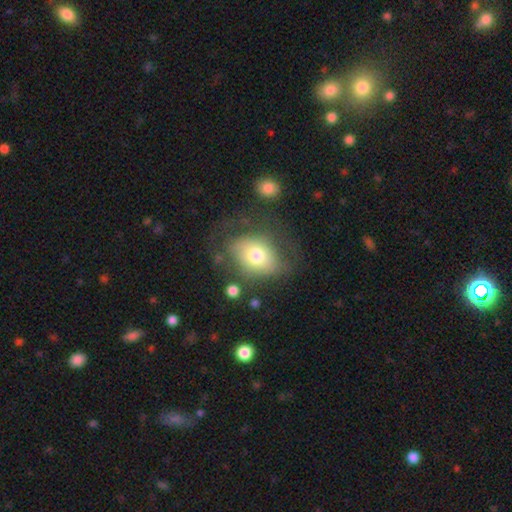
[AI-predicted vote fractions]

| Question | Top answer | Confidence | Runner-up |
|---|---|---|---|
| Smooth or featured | smooth | 66% | featured or disk (25%) |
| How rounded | in between | 52% | round (47%) |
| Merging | none | 50% | major disturbance (24%) |